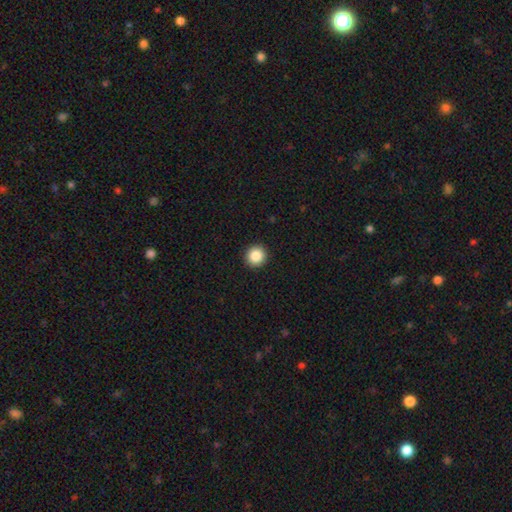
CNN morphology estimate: Overall: smooth (87%). How rounded: round (95%). Merging: none (93%).